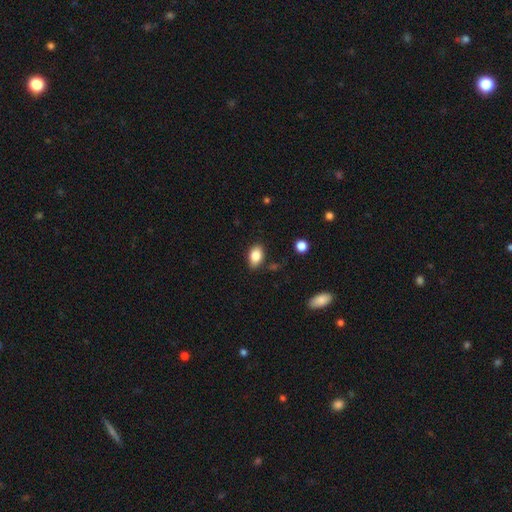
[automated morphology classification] Overall: smooth (84%). How rounded: in between (88%). Merging: none (82%).